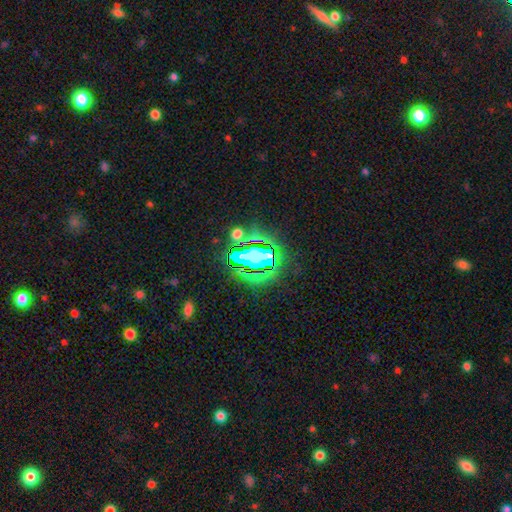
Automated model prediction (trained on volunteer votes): Smooth or featured? star or artifact (76%)